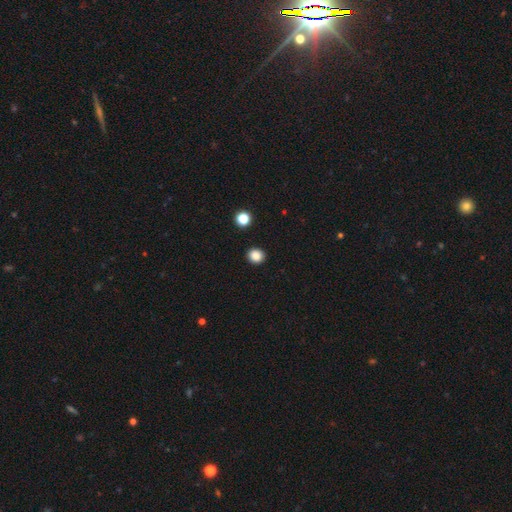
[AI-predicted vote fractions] smooth 86%, star or artifact 11%, featured or disk 3%. Down the decision tree: how rounded — round (79%); merging — none (91%).